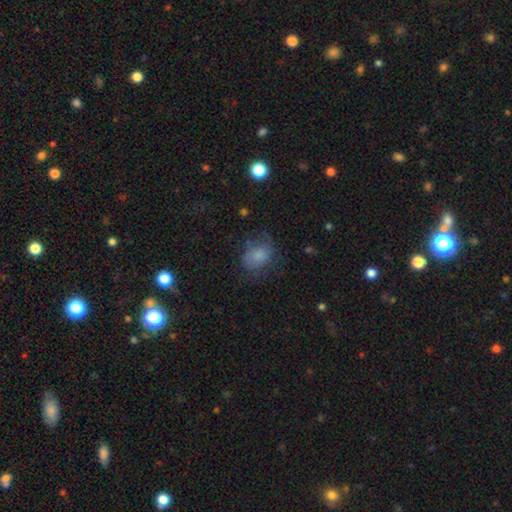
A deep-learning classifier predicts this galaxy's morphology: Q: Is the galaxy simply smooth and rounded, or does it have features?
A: smooth — 70%.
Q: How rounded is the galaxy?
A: in between — 63%.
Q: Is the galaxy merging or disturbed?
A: none — 55%.